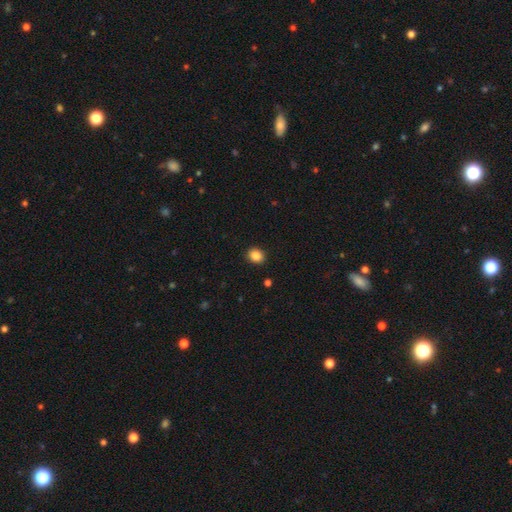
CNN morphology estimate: Overall: smooth (86%). How rounded: round (57%; in between 42%). Merging: none (91%).